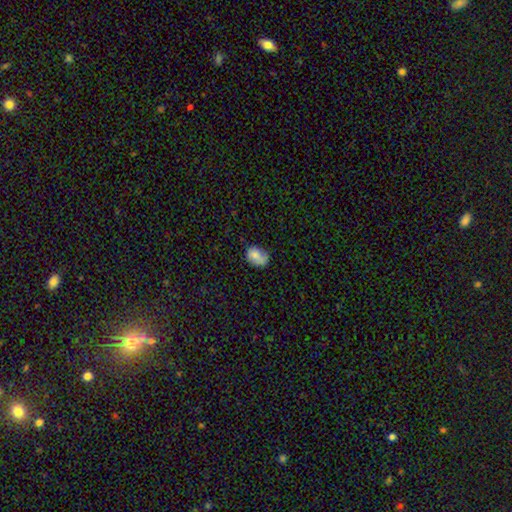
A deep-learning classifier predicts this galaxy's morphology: Smooth or featured? smooth (79%)
How rounded? in between (71%)
Merging? none (55%)